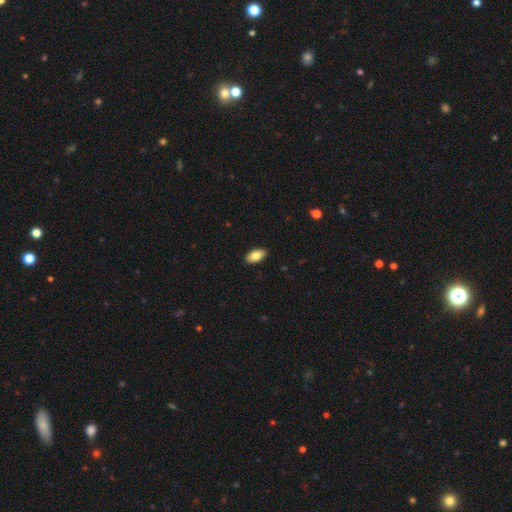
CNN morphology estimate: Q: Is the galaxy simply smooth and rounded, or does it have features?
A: smooth — 85%.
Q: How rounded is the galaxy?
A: in between — 94%.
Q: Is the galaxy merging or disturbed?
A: none — 90%.